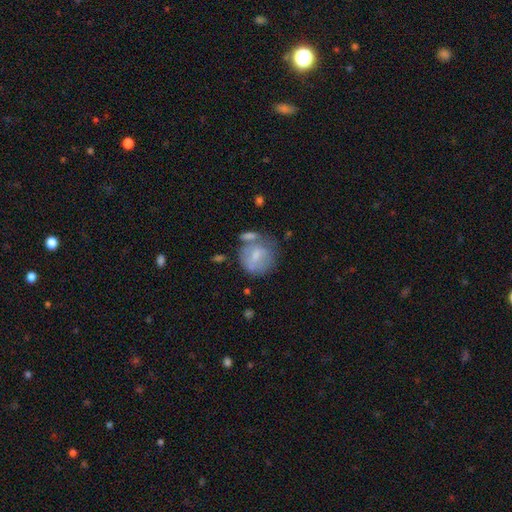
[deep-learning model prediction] This appears to be a smooth galaxy with no disk features (56%) that is round (77%). Merging: none (43%).